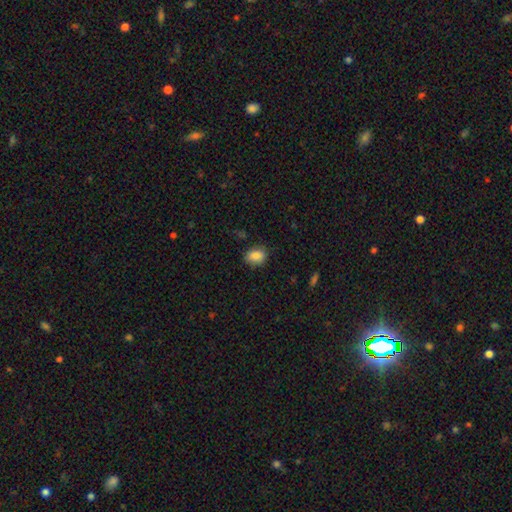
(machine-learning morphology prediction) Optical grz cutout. It shows a smooth galaxy with no disk features (86%) that is in between round and cigar-shaped (67%). Merging: none (80%).